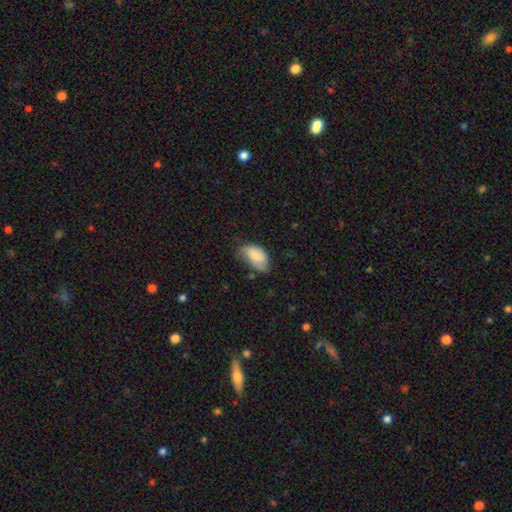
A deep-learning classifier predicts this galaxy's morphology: Overall: smooth (76%). How rounded: in between (93%). Merging: minor disturbance (43%; none 42%).